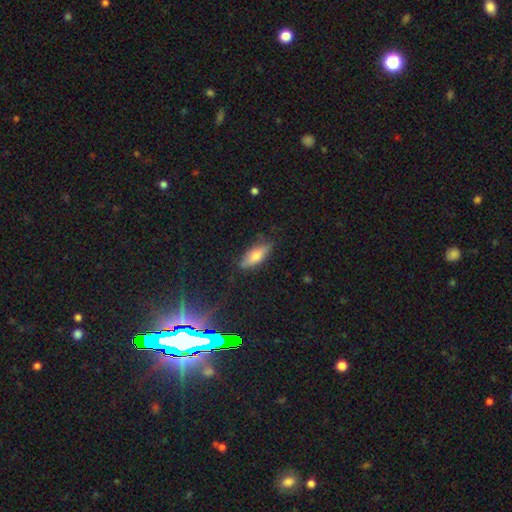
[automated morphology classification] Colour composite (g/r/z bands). It shows a smooth galaxy with no disk features (66%) that is in between round and cigar-shaped (66%). Merging: none (79%).